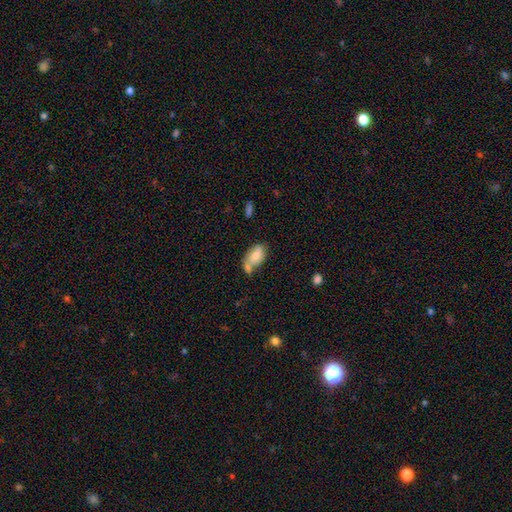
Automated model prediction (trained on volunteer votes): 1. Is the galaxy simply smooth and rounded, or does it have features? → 72% smooth, 21% featured or disk, 8% star or artifact.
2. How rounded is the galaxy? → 91% in between, 6% round, 2% cigar-shaped.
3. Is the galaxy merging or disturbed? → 37% merger, 35% none, 19% minor disturbance, 8% major disturbance.